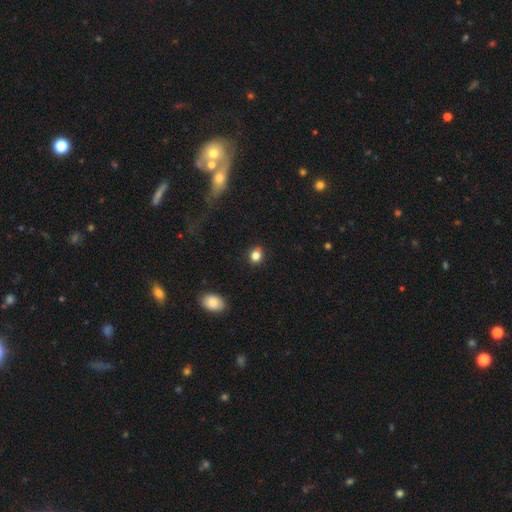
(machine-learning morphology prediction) Smooth or featured? Predicted: smooth (p=0.83). How rounded? Predicted: round (p=0.66). Merging? Predicted: none (p=0.88).